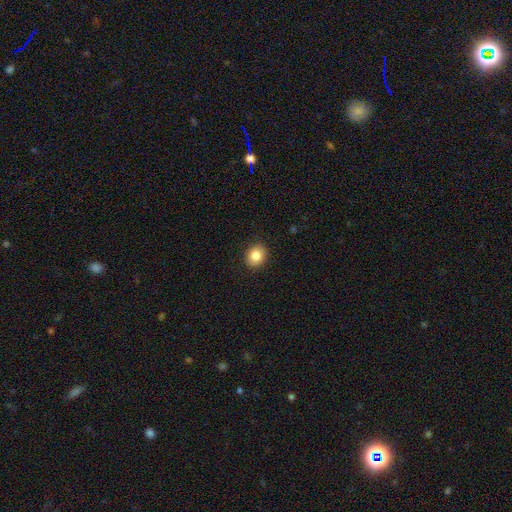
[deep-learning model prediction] The model was most divided on "how rounded": round: 65%, in between: 34%, cigar-shaped: 1%. More confident: merging — none (90%); smooth or featured — smooth (84%).